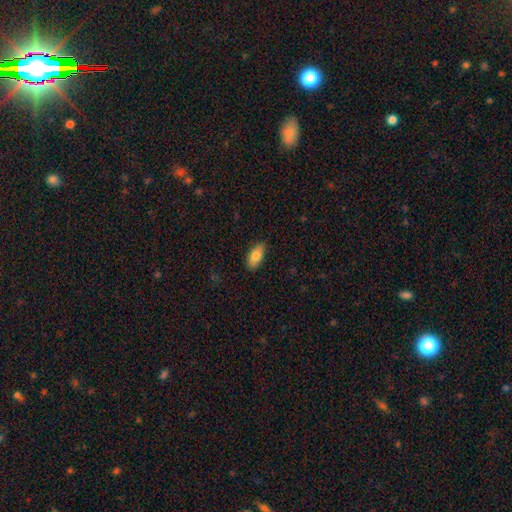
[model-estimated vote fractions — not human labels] Overall: smooth (81%). How rounded: in between (89%). Merging: none (87%).